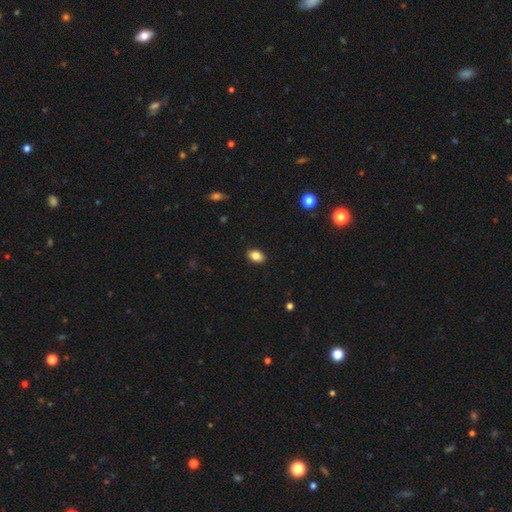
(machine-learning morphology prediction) type=smooth (84%); roundness=in between (85%); merging=none (89%).